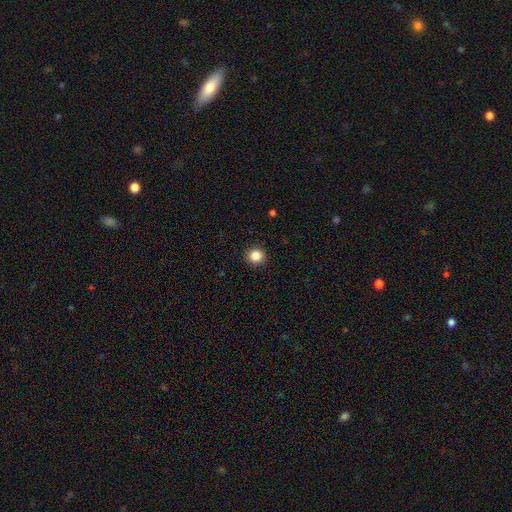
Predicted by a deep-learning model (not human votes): The model was most divided on "smooth or featured": smooth: 86%, star or artifact: 10%, featured or disk: 4%. More confident: how rounded — round (92%); merging — none (92%).